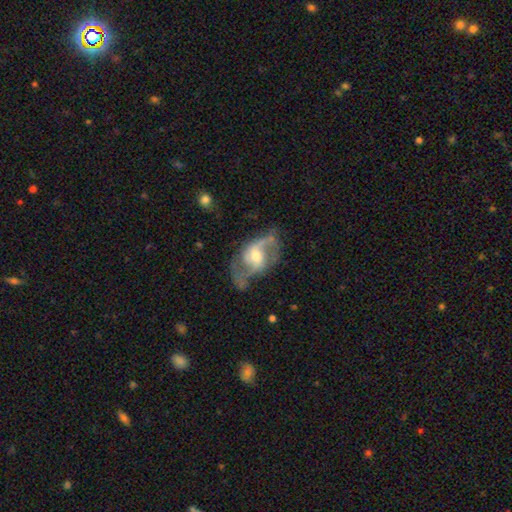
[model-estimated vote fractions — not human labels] This is clearly a featured or disk galaxy (82%). It is clearly not viewed edge-on (96%). Bar: possibly weak (45%). Spiral arm pattern: clearly yes (90%). Spiral arm count: clearly 2 (83%). Spiral winding: possibly medium (47%). Central bulge: possibly moderate (60%). Merging: possibly none (56%).